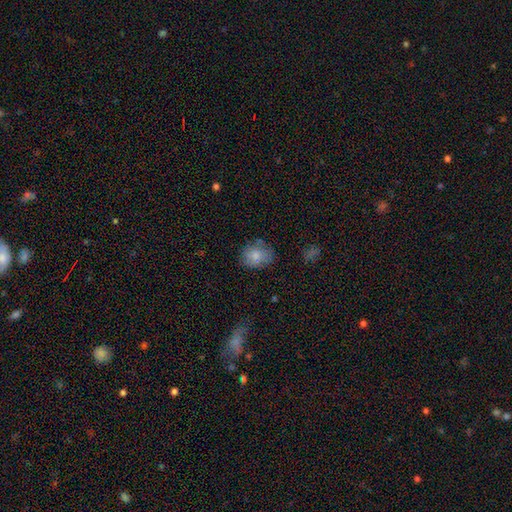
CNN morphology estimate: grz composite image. It shows a smooth galaxy with no disk features (80%) that is in between round and cigar-shaped (54%). Merging: none (69%).